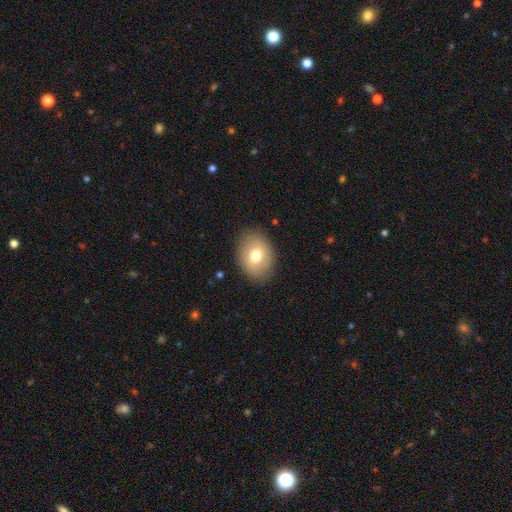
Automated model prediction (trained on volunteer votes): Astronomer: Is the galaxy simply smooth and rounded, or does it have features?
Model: smooth — 72%.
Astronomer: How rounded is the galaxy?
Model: in between — 67%.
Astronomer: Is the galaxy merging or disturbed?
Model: none — 86%.